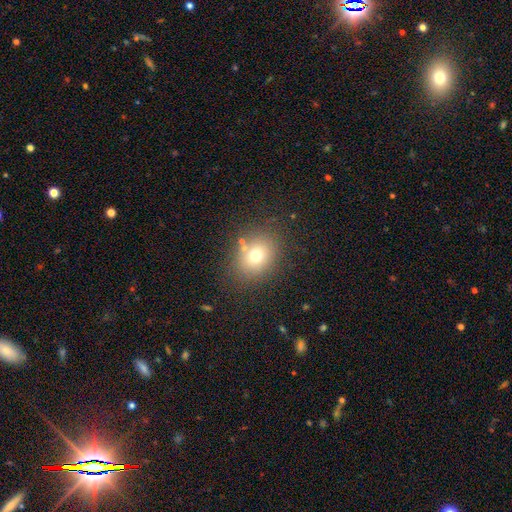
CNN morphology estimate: Smooth or featured? smooth (71%)
How rounded? round (58%)
Merging? none (79%)